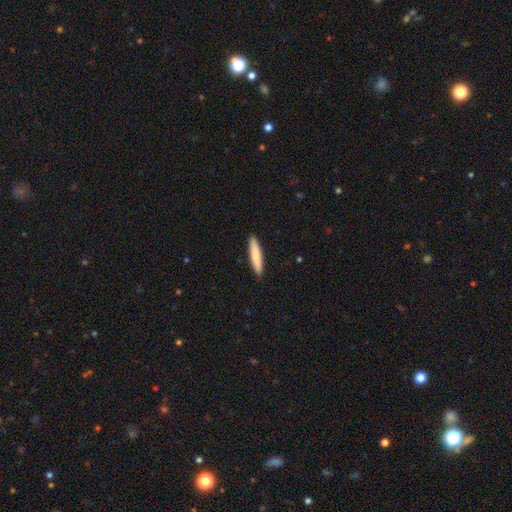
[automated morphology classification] Smooth or featured? smooth (82%)
How rounded? cigar-shaped (88%)
Merging? none (91%)